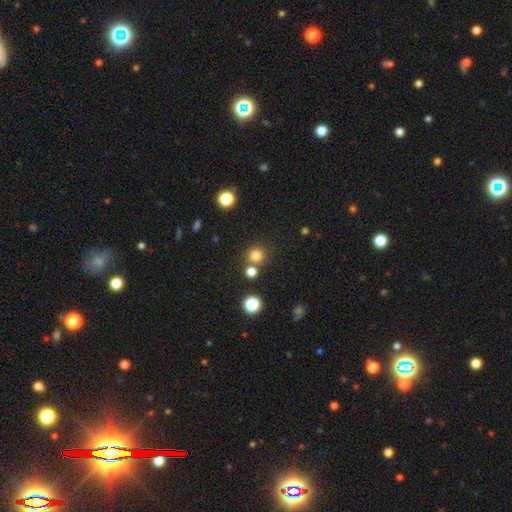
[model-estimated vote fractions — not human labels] A smooth galaxy with no disk features (78%) that is round (92%). Merging: none (77%).